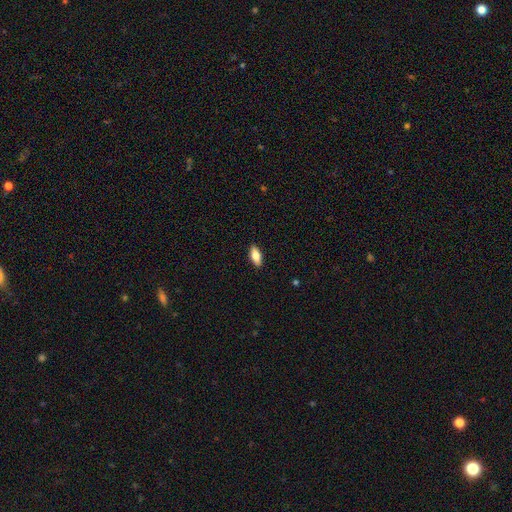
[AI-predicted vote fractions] Overall: smooth (76%). How rounded: in between (80%). Merging: none (90%).